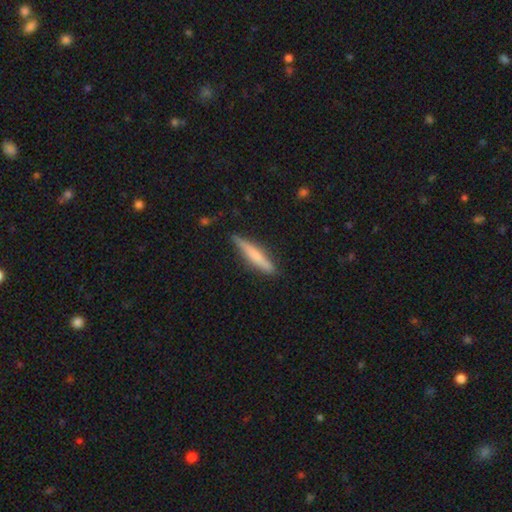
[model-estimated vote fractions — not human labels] smooth-or-featured: smooth: 62% | featured or disk: 32% | star or artifact: 6%
  how-rounded: cigar-shaped: 92% | in between: 7% | round: 1%
  merging: none: 81% | minor disturbance: 15% | major disturbance: 2% | merger: 2%